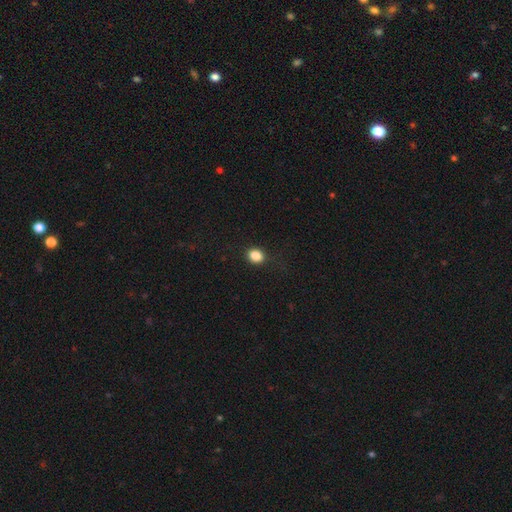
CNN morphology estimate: A smooth galaxy with no disk features (85%) that is round (57%).

Vote fractions:
- Smooth or featured? smooth: 85% / star or artifact: 11% / featured or disk: 4%
- How rounded? round: 57% / in between: 42% / cigar-shaped: 1%
- Merging? none: 85% / minor disturbance: 10% / major disturbance: 3% / merger: 1%